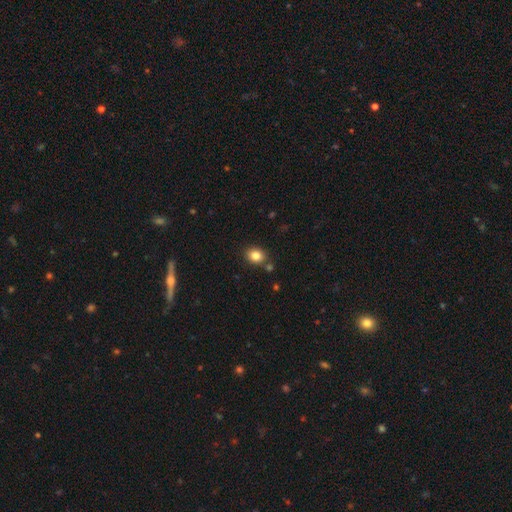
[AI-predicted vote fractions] Smooth or featured? smooth (83%)
How rounded? round (58%)
Merging? none (80%)